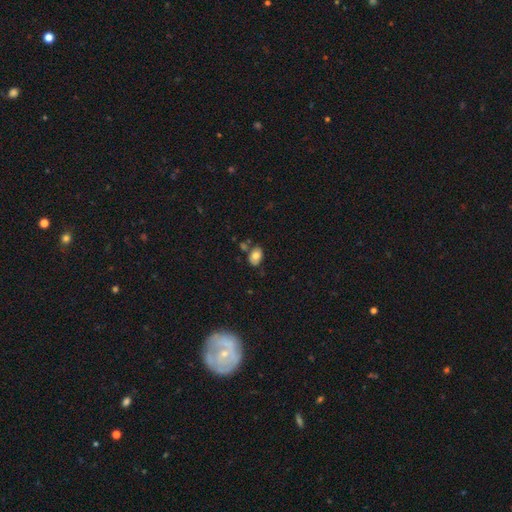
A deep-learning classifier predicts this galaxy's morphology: A smooth galaxy with no disk features (74%) that is in between round and cigar-shaped (81%).

Vote fractions:
- Smooth or featured? smooth: 74% / featured or disk: 18% / star or artifact: 9%
- How rounded? in between: 81% / round: 18% / cigar-shaped: 1%
- Merging? none: 65% / minor disturbance: 18% / merger: 13% / major disturbance: 4%